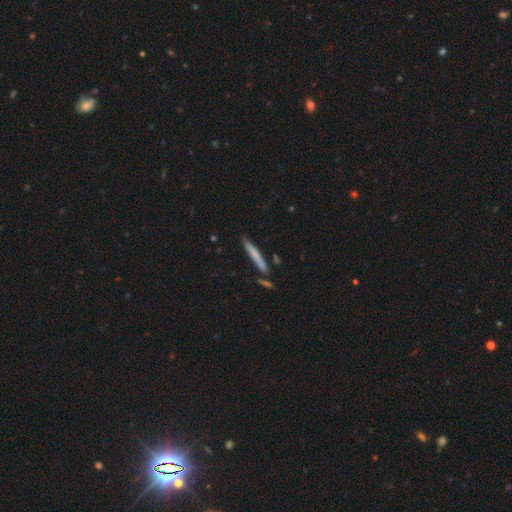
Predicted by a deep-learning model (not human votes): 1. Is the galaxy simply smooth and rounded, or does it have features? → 62% smooth, 31% featured or disk, 6% star or artifact.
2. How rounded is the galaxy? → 96% cigar-shaped, 3% in between, 1% round.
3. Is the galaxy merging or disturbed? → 80% none, 11% minor disturbance, 7% merger, 2% major disturbance.